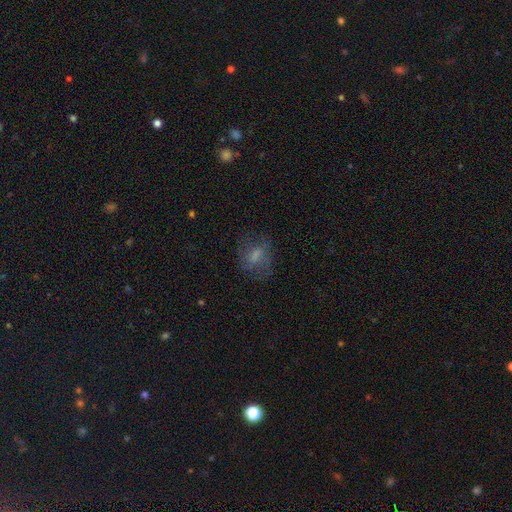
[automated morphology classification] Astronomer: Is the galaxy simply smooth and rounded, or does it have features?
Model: smooth — 50% (runner-up: featured or disk, 38%).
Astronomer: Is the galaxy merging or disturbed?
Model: none — 57%.